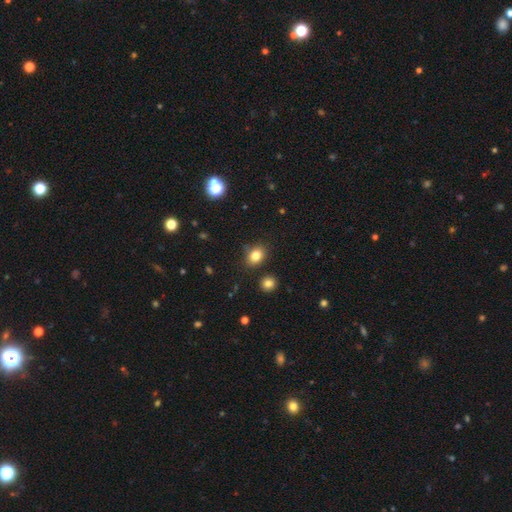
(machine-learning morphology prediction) type=smooth (82%); roundness=in between (63%); merging=none (81%).